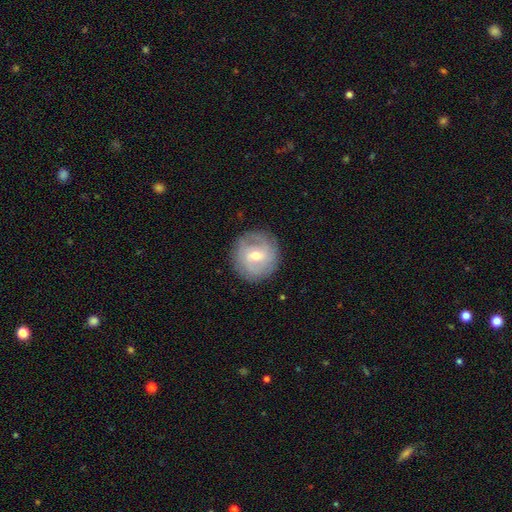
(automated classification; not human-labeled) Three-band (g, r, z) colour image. It shows a featured or disk galaxy (61%) with a weak bar (51%), spiral arms (78%) and a moderate central bulge (57%). Merging: none (84%).